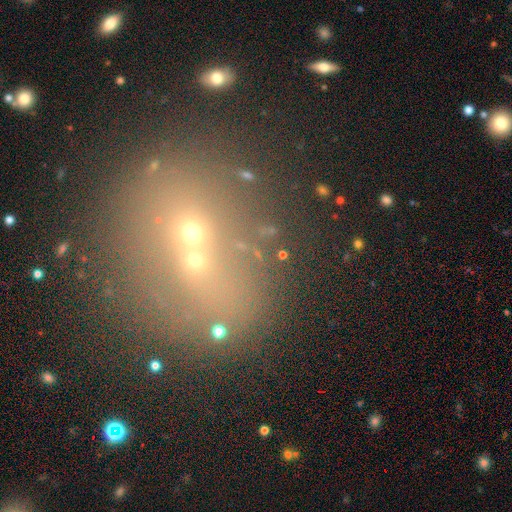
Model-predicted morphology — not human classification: Smooth or featured? star or artifact (42%)